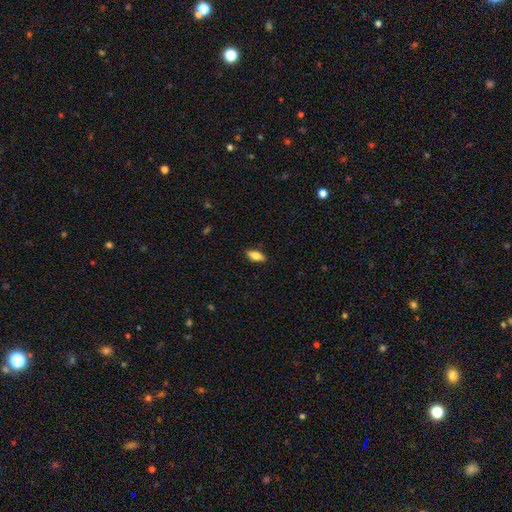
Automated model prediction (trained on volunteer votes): A smooth galaxy with no disk features (75%) that is in between round and cigar-shaped (80%). Merging: none (88%).